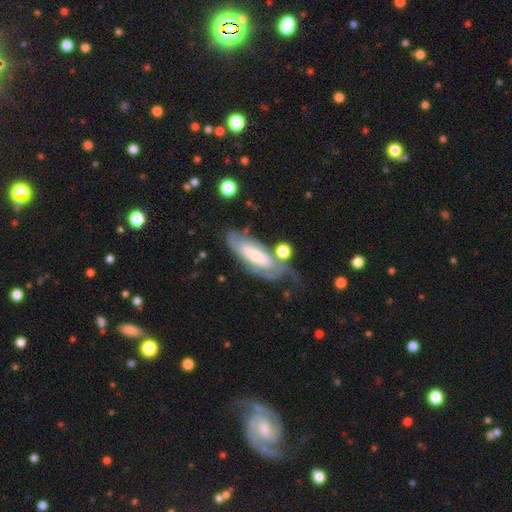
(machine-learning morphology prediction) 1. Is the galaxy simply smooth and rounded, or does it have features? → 61% featured or disk, 33% smooth, 7% star or artifact.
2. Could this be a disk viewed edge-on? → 84% no, 16% yes.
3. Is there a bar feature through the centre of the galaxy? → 55% no, 28% weak, 17% strong.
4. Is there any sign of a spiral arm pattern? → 83% yes, 17% no.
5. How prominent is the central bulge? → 30% small, 26% moderate, 25% large, 12% none, 7% dominant.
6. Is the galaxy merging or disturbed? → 43% none, 24% minor disturbance, 22% major disturbance, 11% merger.